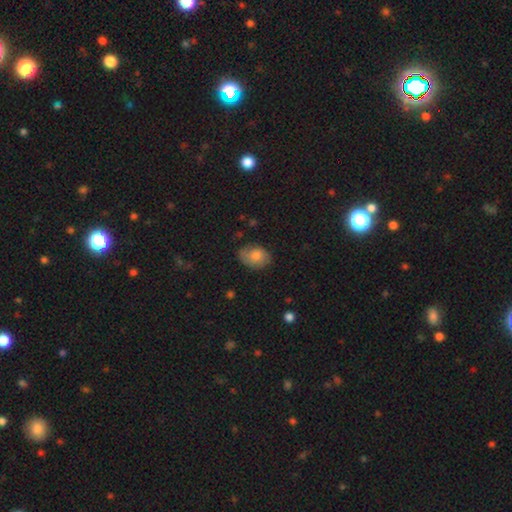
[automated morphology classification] Q: Smooth or featured?
A: smooth (76%); runner-up: featured or disk (15%)
Q: How rounded?
A: in between (75%); runner-up: round (24%)
Q: Merging?
A: none (74%); runner-up: minor disturbance (21%)